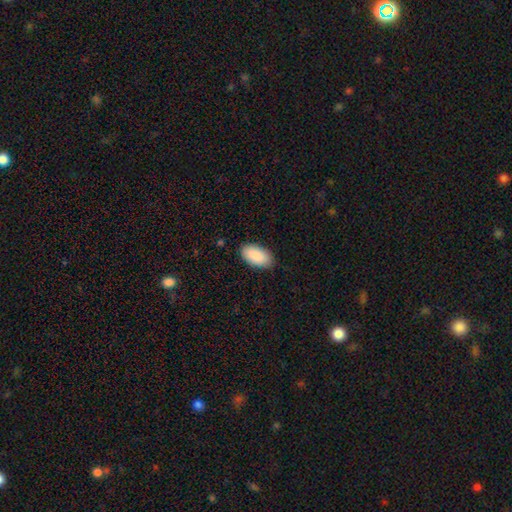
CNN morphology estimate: This appears to be a smooth galaxy with no disk features (91%) that is in between round and cigar-shaped (96%). Merging: none (86%).